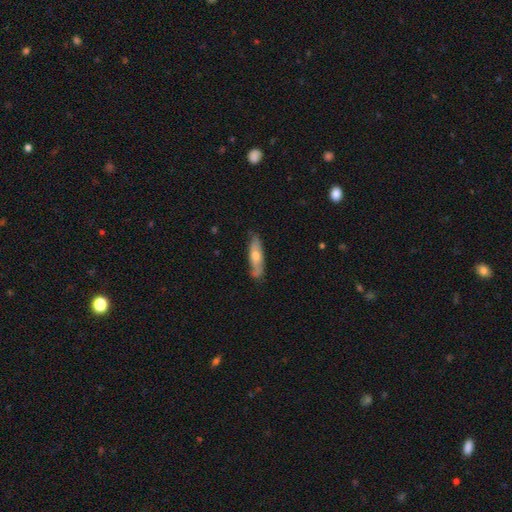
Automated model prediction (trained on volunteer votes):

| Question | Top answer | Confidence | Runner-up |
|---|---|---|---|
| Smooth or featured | smooth | 51% | featured or disk (44%) |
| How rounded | cigar-shaped | 65% | in between (33%) |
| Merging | none | 72% | minor disturbance (21%) |